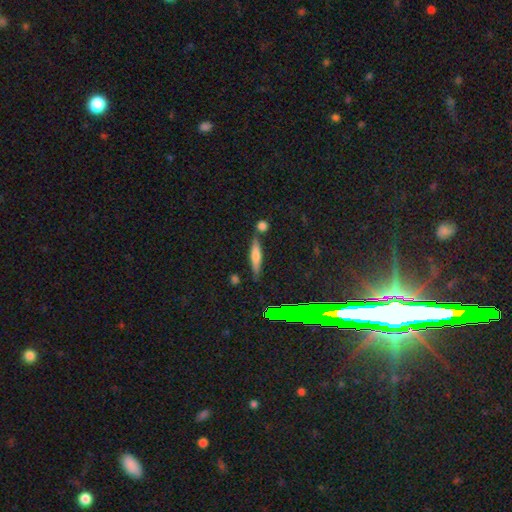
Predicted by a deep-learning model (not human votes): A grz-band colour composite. It shows a smooth galaxy with no disk features (53%) that is cigar-shaped (82%). Merging: none (77%).